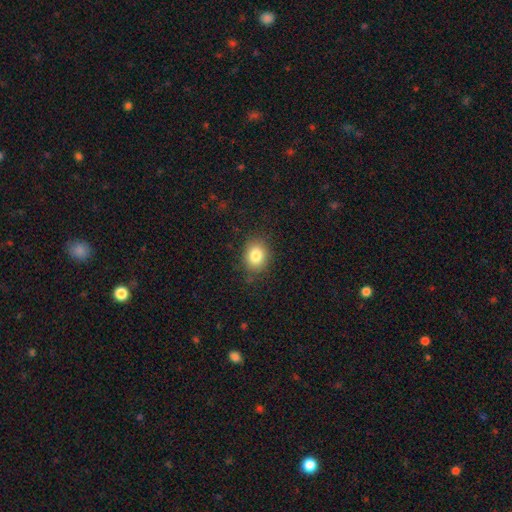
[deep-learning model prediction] The model was most divided on "how rounded": round: 53%, in between: 46%, cigar-shaped: 1%. More confident: merging — none (83%); smooth or featured — smooth (83%).